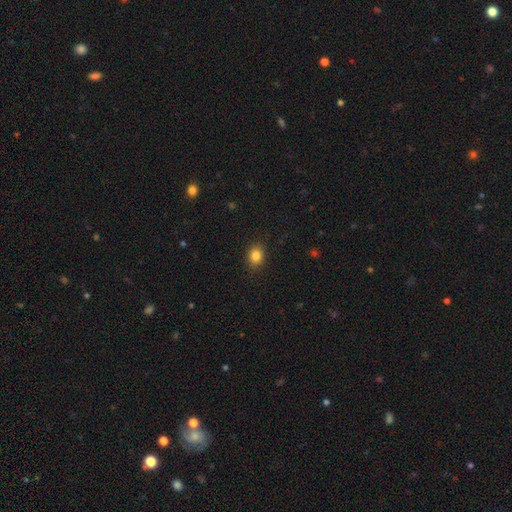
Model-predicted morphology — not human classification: The model was most divided on "how rounded": in between: 53%, round: 46%, cigar-shaped: 1%. More confident: merging — none (89%); smooth or featured — smooth (84%).